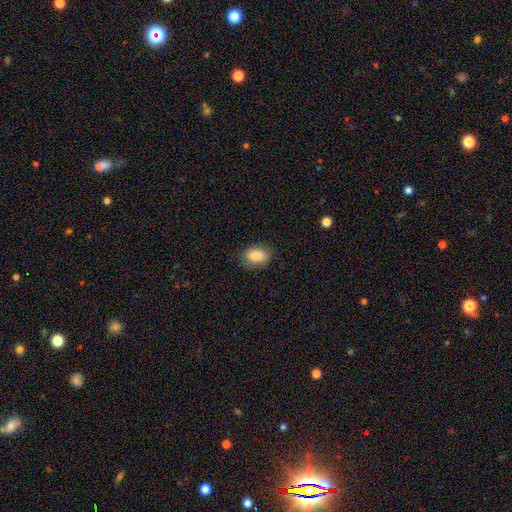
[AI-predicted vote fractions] This is clearly a smooth galaxy (86%). How rounded: clearly in between (85%). Merging: clearly none (81%).